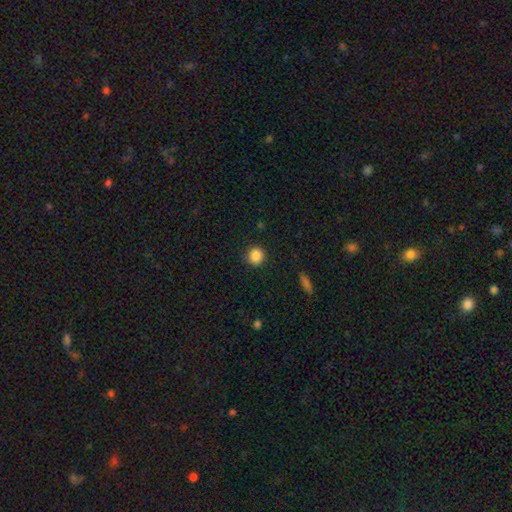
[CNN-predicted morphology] smooth 87%, star or artifact 10%, featured or disk 3%. Down the decision tree: how rounded — round (92%); merging — none (90%).